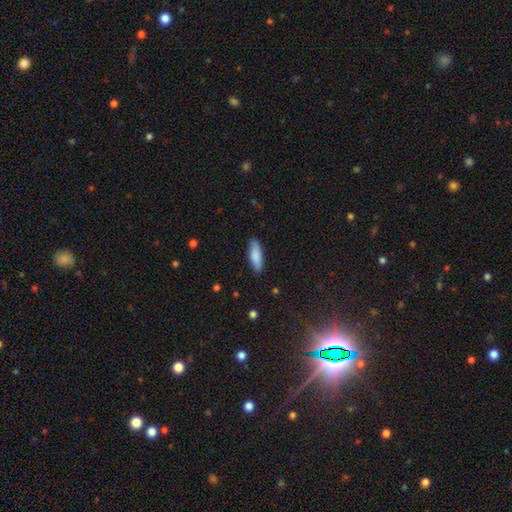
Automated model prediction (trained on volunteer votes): Smooth or featured? smooth (85%)
How rounded? in between (54%)
Merging? none (88%)